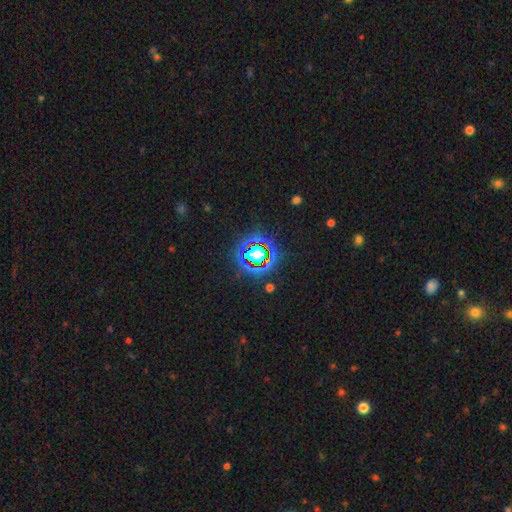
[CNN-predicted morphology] star or artifact 68%, smooth 21%, featured or disk 11%.